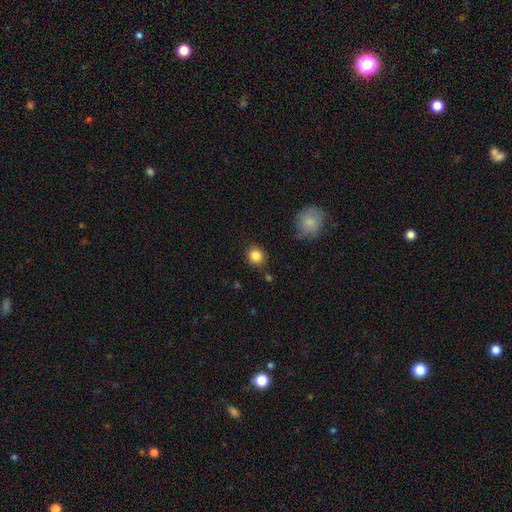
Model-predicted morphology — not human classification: Overall: smooth (86%). How rounded: round (80%). Merging: none (85%).